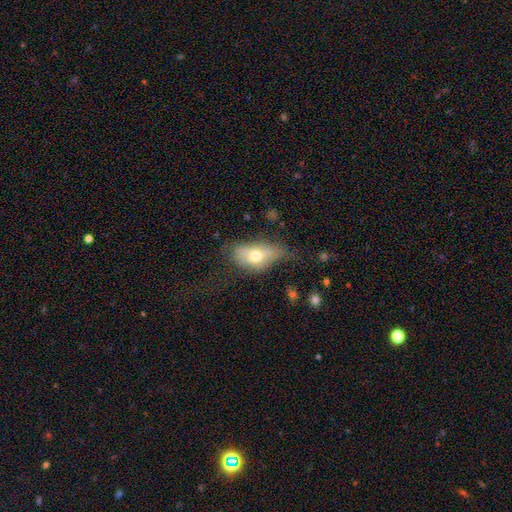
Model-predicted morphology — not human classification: Smooth or featured: smooth — 64% (featured or disk — 28%)
How rounded: in between — 87% (round — 8%)
Merging: minor disturbance — 36% (none — 34%)